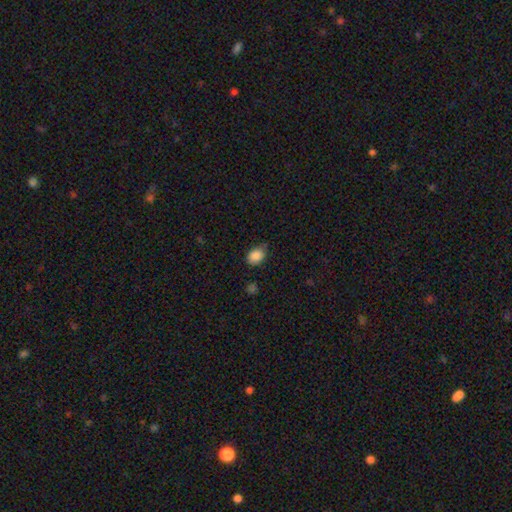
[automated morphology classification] Smooth or featured: smooth — 87% (star or artifact — 9%)
How rounded: in between — 64% (round — 35%)
Merging: none — 66% (minor disturbance — 28%)